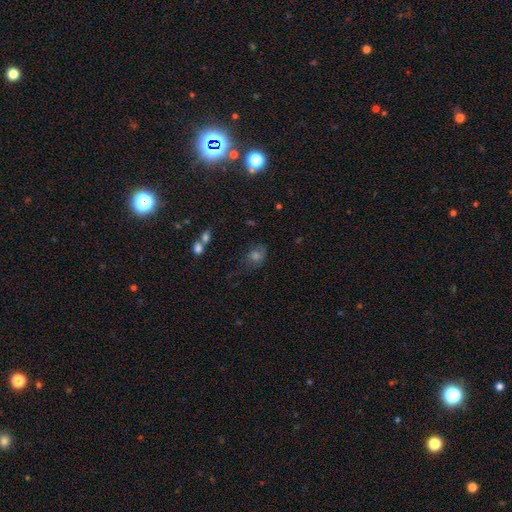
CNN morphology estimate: smooth-or-featured: smooth: 53% | star or artifact: 28% | featured or disk: 19%
  how-rounded: round: 51% | in between: 48% | cigar-shaped: 2%
  merging: none: 55% | minor disturbance: 24% | major disturbance: 16% | merger: 5%